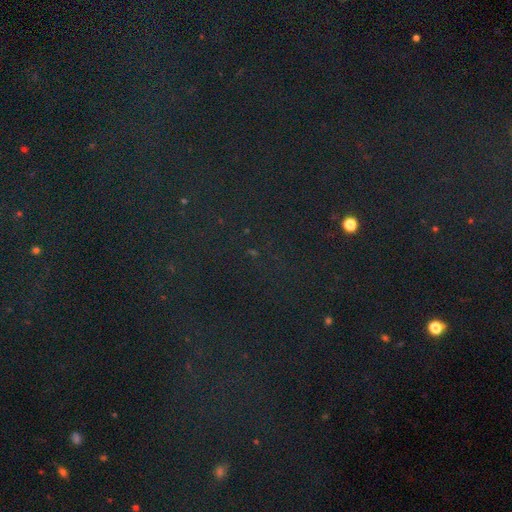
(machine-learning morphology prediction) type=star or artifact (82%).